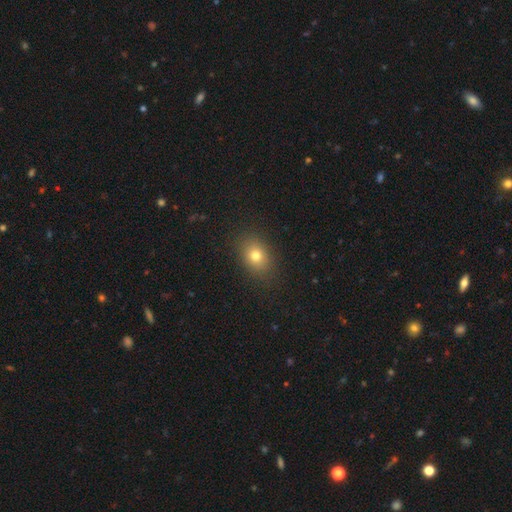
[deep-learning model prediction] A smooth galaxy with no disk features (77%) that is in between round and cigar-shaped (57%). Merging: none (87%).